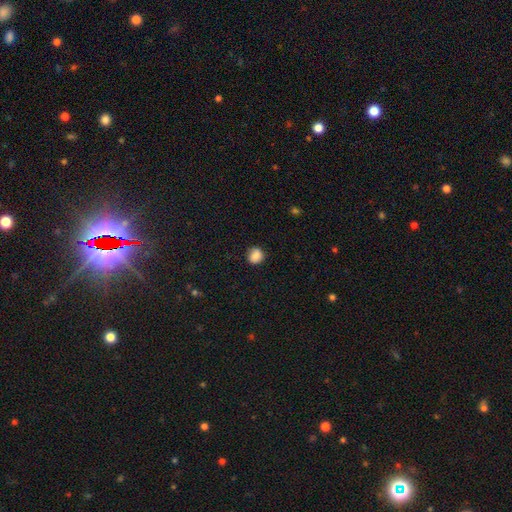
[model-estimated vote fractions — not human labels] Morphology: type=smooth (84%); roundness=round (82%); merging=none (80%).